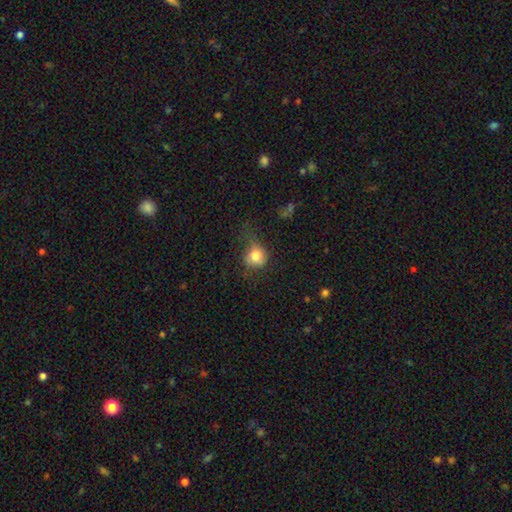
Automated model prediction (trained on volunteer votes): This appears to be a smooth galaxy with no disk features (77%) that is round (73%). Merging: none (42%).